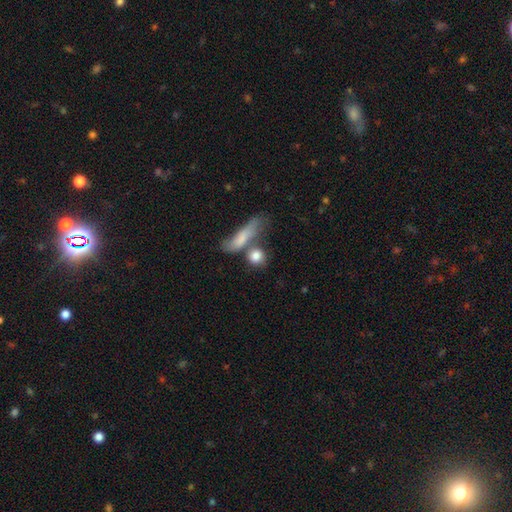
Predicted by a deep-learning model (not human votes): Smooth or featured: smooth — 81% (featured or disk — 11%)
How rounded: round — 64% (in between — 24%)
Merging: none — 45% (merger — 34%)